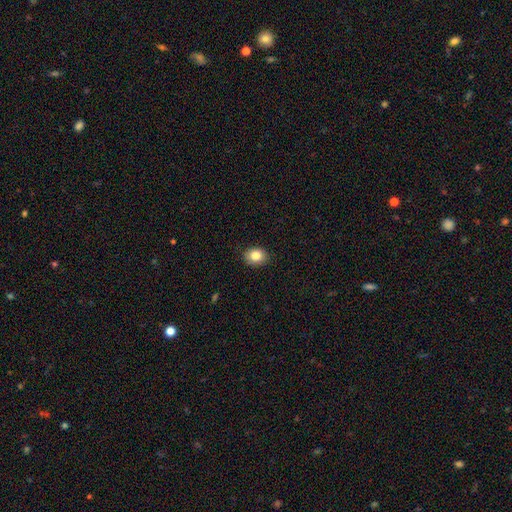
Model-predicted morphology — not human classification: type=smooth (83%); roundness=in between (55%); merging=none (89%).